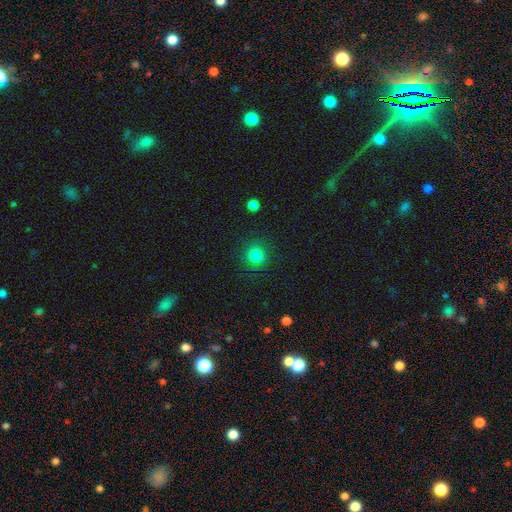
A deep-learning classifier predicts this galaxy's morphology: This appears to be a smooth galaxy with no disk features (82%) that is round (94%). Merging: none (88%).